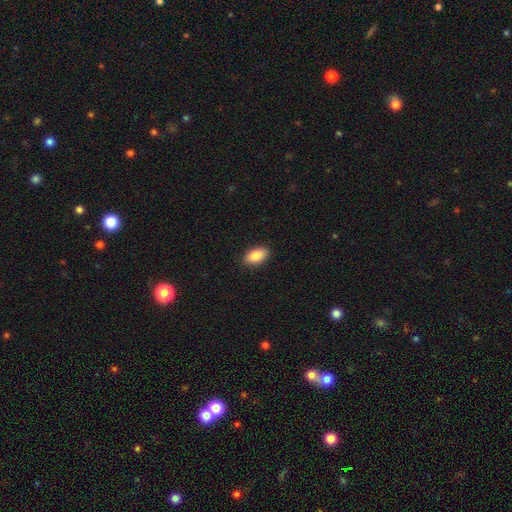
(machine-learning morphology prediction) Overall: smooth (88%). How rounded: in between (94%). Merging: none (89%).